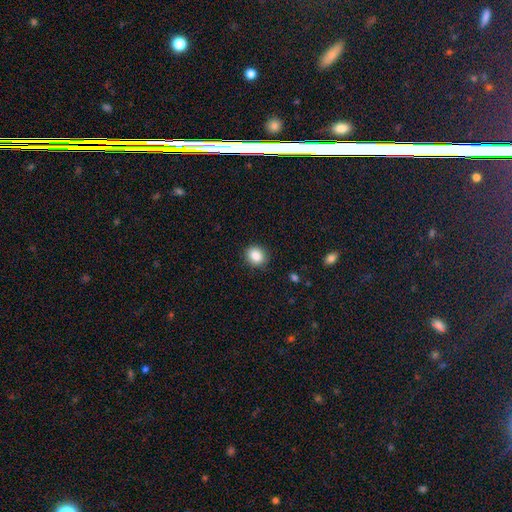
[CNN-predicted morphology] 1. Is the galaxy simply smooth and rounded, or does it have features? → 87% smooth, 9% star or artifact, 4% featured or disk.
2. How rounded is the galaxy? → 69% round, 30% in between, 1% cigar-shaped.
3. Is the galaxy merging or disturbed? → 88% none, 9% minor disturbance, 2% major disturbance, 1% merger.